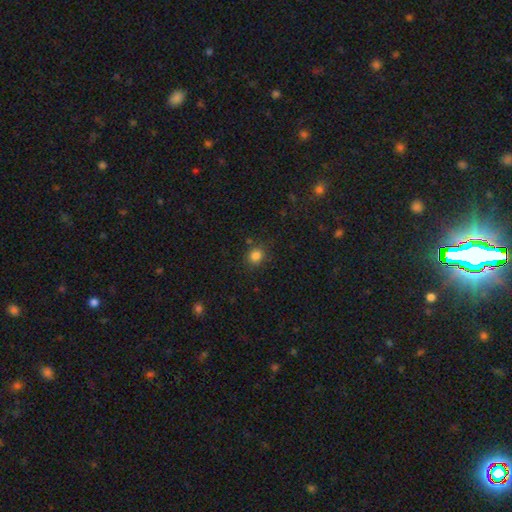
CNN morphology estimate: Smooth or featured: smooth — 83% (star or artifact — 13%)
How rounded: round — 78% (in between — 21%)
Merging: none — 83% (minor disturbance — 11%)